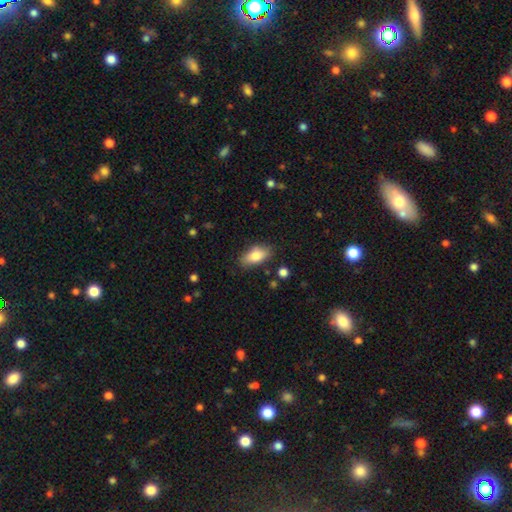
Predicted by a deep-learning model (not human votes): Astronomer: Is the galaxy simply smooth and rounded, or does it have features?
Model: smooth — 81%.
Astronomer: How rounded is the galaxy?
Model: in between — 88%.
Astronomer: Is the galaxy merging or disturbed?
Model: none — 82%.